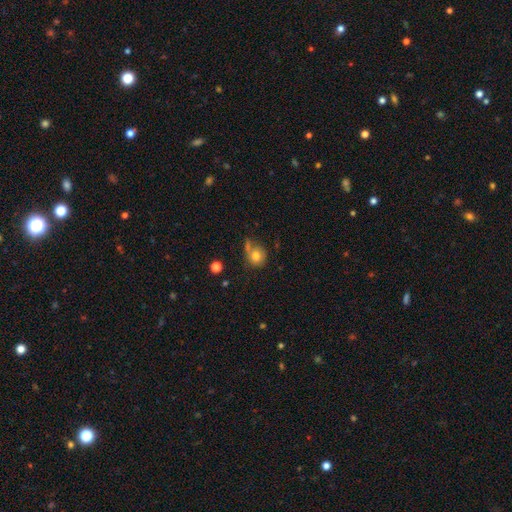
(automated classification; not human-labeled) Smooth or featured? Predicted: smooth (p=0.76). How rounded? Predicted: round (p=0.75). Merging? Predicted: none (p=0.47).